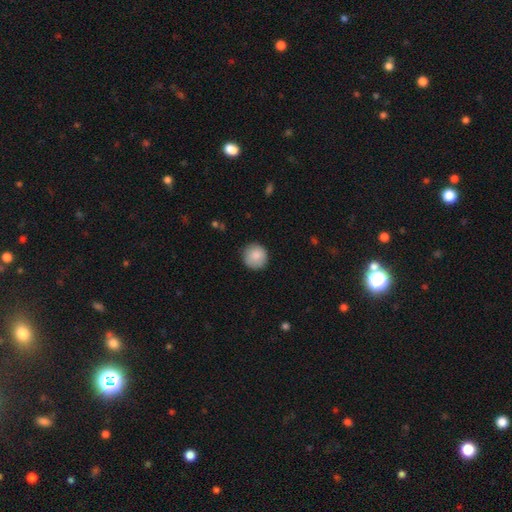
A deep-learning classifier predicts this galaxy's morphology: This is clearly a smooth galaxy (87%). How rounded: clearly round (93%). Merging: clearly none (86%).